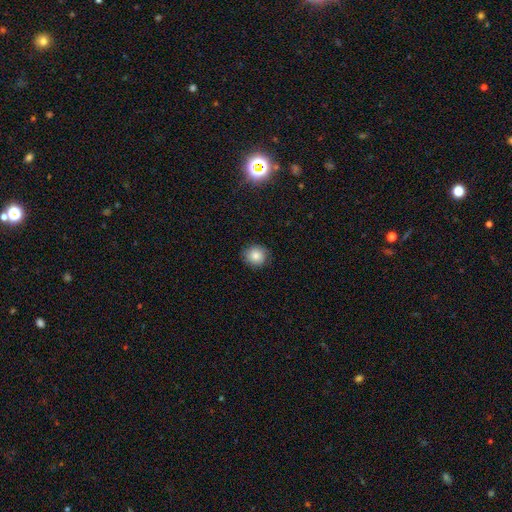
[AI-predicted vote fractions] smooth 80%, star or artifact 10%, featured or disk 9%. Down the decision tree: how rounded — round (85%); merging — none (84%).